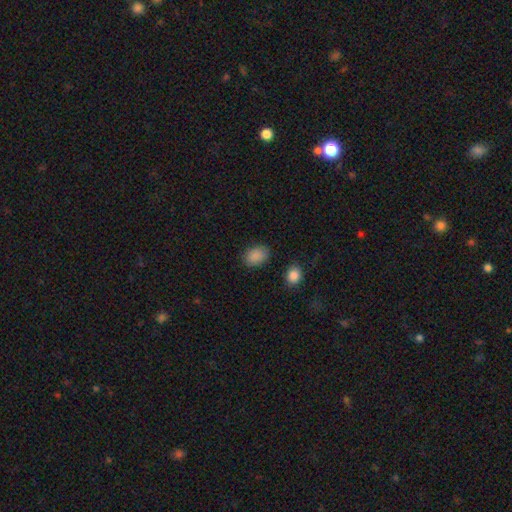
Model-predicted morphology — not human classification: This is clearly a smooth galaxy (88%). How rounded: likely in between (74%). Merging: clearly none (84%).